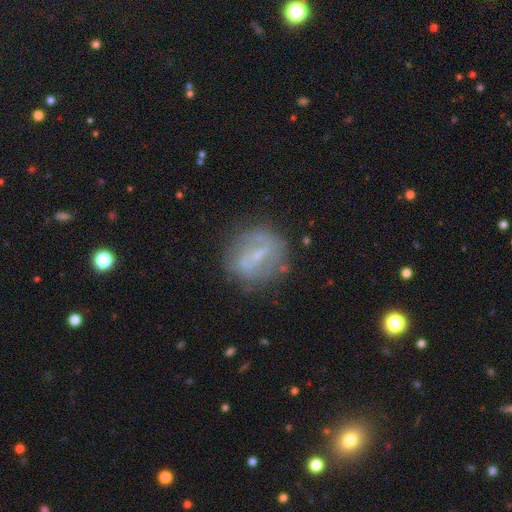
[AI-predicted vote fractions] The model was most divided on "bar": weak: 43%, strong: 36%, no: 21%. More confident: edge-on disk — no (94%); merging — none (72%); spiral arms — no (60%); smooth or featured — featured or disk (59%); bulge size — small (57%).